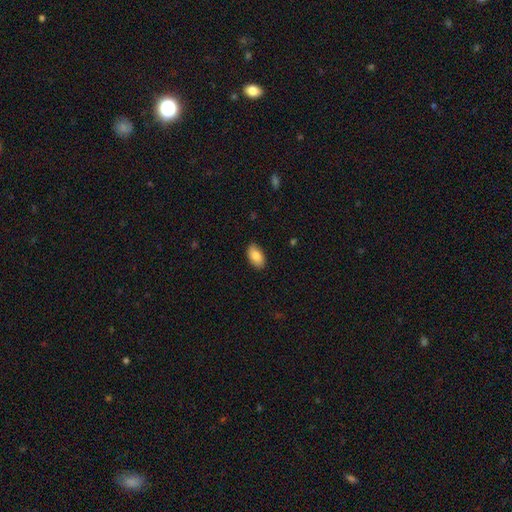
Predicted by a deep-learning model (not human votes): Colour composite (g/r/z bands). It shows a smooth galaxy with no disk features (83%) that is in between round and cigar-shaped (94%). Merging: none (86%).